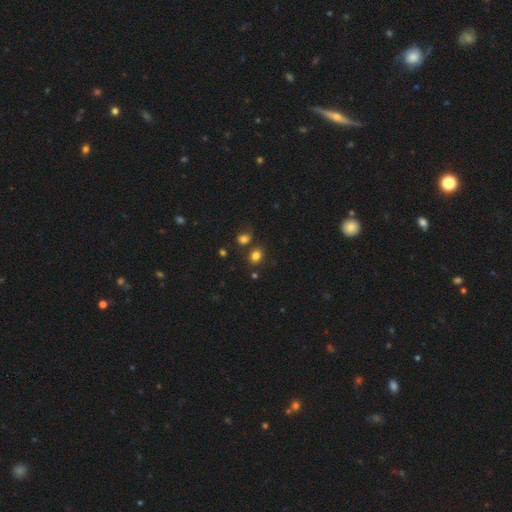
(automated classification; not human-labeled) Smooth or featured? Predicted: smooth (p=0.80). How rounded? Predicted: round (p=0.52). Merging? Predicted: none (p=0.75).